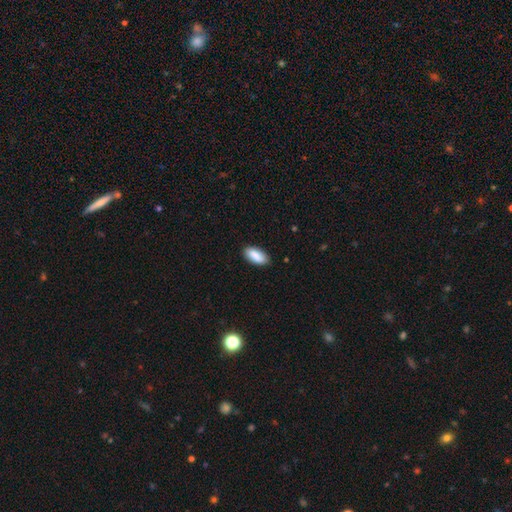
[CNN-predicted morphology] smooth-or-featured: smooth: 89% | star or artifact: 6% | featured or disk: 5%
  how-rounded: in between: 91% | cigar-shaped: 7% | round: 2%
  merging: none: 87% | minor disturbance: 10% | major disturbance: 2% | merger: 1%